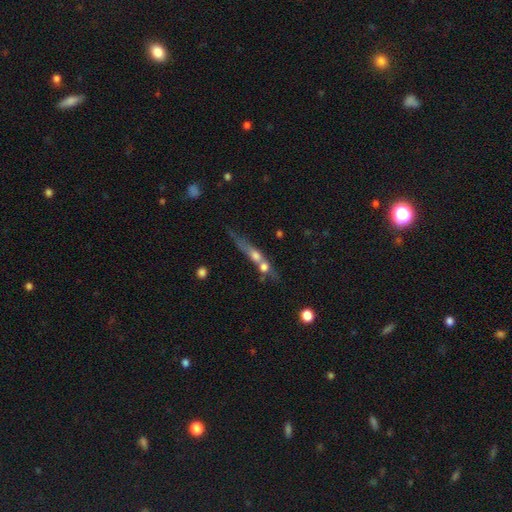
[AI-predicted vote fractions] featured or disk 48%, smooth 41%, star or artifact 11%. Down the decision tree: merging — merger (42%).